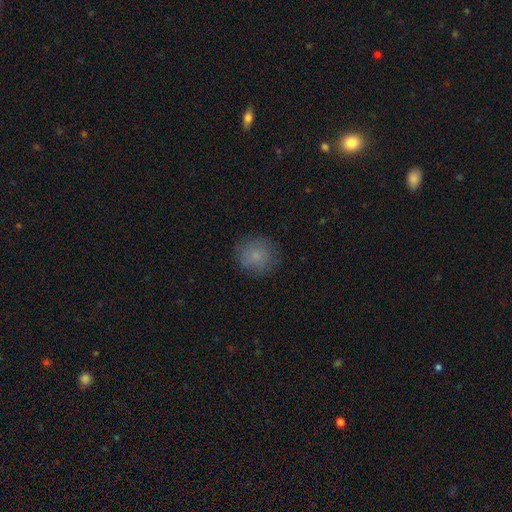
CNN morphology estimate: Smooth or featured?
  - smooth: 80% *
  - star or artifact: 11%
  - featured or disk: 9%
How rounded?
  - round: 90% *
  - in between: 9%
  - cigar-shaped: 1%
Merging?
  - none: 83% *
  - minor disturbance: 12%
  - major disturbance: 4%
  - merger: 1%